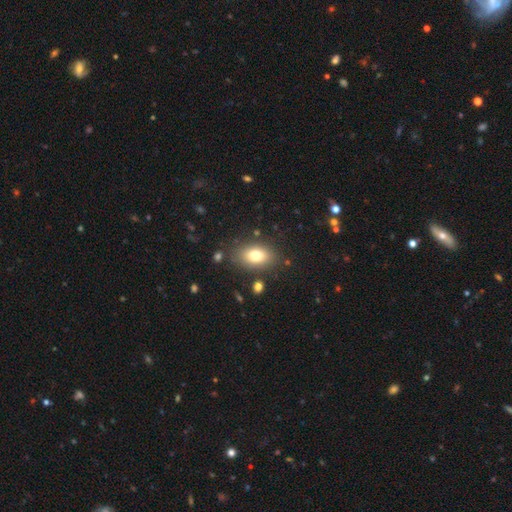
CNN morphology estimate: A smooth galaxy with no disk features (77%) that is in between round and cigar-shaped (86%). Merging: none (82%).